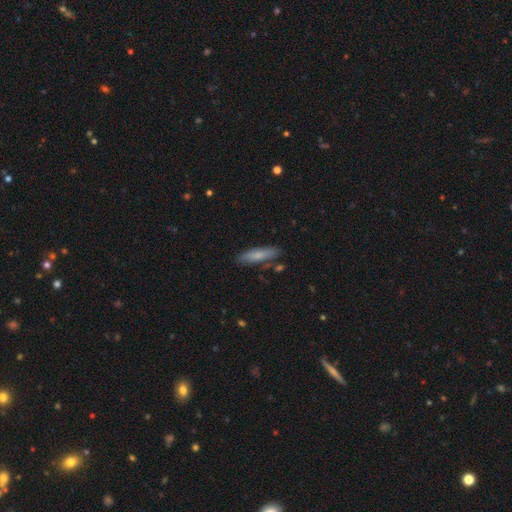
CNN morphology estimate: smooth 68%, featured or disk 24%, star or artifact 8%. Down the decision tree: how rounded — cigar-shaped (76%); merging — none (83%).